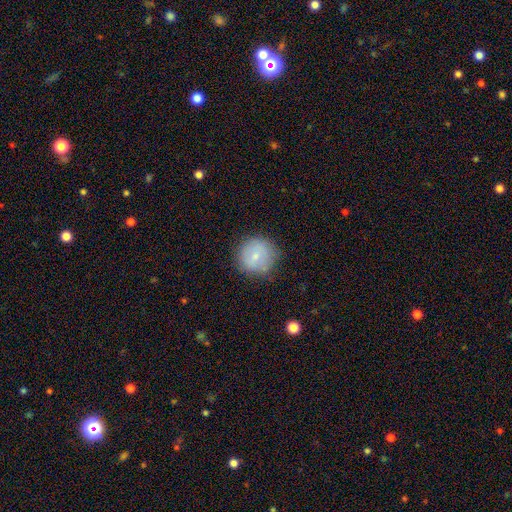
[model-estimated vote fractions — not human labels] Smooth or featured: smooth — 76% (featured or disk — 16%)
How rounded: round — 93% (in between — 6%)
Merging: none — 77% (minor disturbance — 17%)